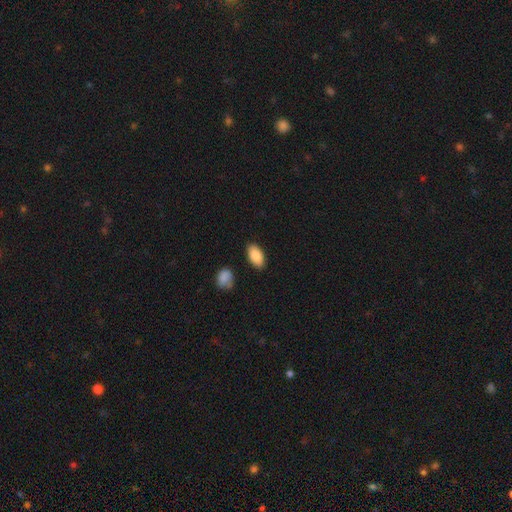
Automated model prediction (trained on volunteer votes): A smooth galaxy with no disk features (87%) that is in between round and cigar-shaped (94%). Merging: none (86%).